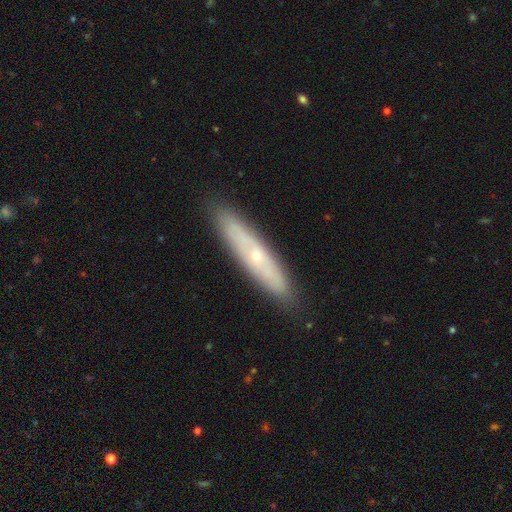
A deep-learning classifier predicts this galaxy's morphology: This appears to be a featured or disk galaxy (56%) viewed edge-on (59%). Merging: none (88%).